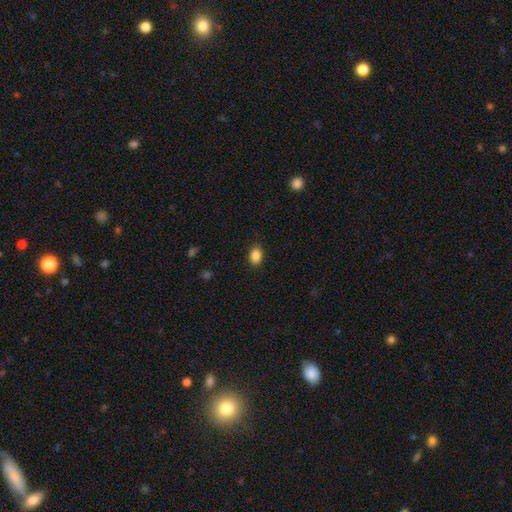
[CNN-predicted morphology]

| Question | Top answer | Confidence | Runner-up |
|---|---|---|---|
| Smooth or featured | smooth | 87% | star or artifact (9%) |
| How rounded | in between | 76% | round (22%) |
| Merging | none | 87% | minor disturbance (10%) |